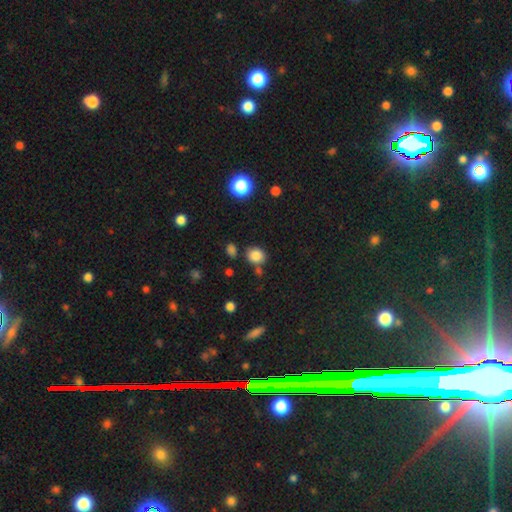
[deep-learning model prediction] A smooth galaxy with no disk features (83%) that is round (68%).

Vote fractions:
- Smooth or featured? smooth: 83% / star or artifact: 12% / featured or disk: 5%
- How rounded? round: 68% / in between: 32% / cigar-shaped: 1%
- Merging? none: 72% / minor disturbance: 13% / merger: 10% / major disturbance: 4%